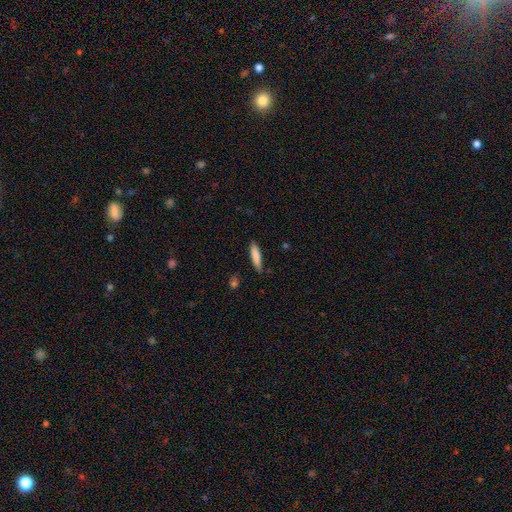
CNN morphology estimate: A smooth galaxy with no disk features (82%) that is cigar-shaped (81%).

Vote fractions:
- Smooth or featured? smooth: 82% / featured or disk: 12% / star or artifact: 6%
- How rounded? cigar-shaped: 81% / in between: 17% / round: 1%
- Merging? none: 81% / minor disturbance: 14% / major disturbance: 2% / merger: 2%